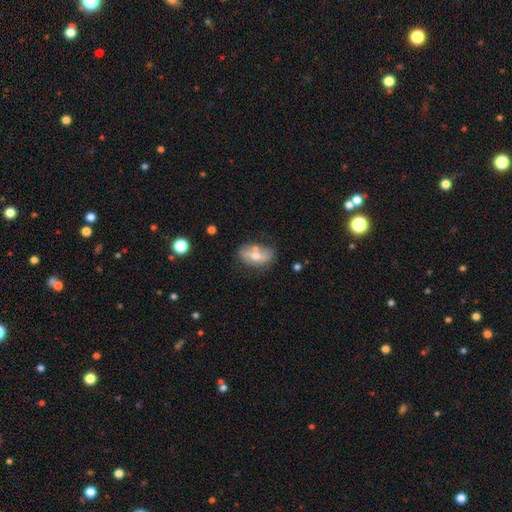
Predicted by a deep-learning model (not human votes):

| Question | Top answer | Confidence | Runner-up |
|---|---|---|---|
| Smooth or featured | smooth | 51% | featured or disk (41%) |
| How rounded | in between | 85% | round (12%) |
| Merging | none | 51% | minor disturbance (23%) |